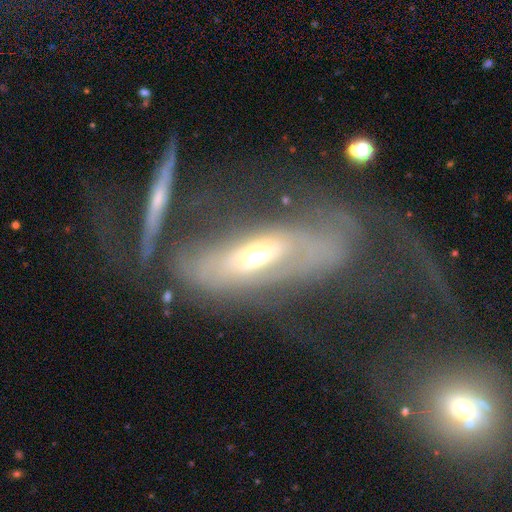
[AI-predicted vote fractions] Morphology: type=featured or disk (67%); edge-on=no (75%); merging=major disturbance (44%).